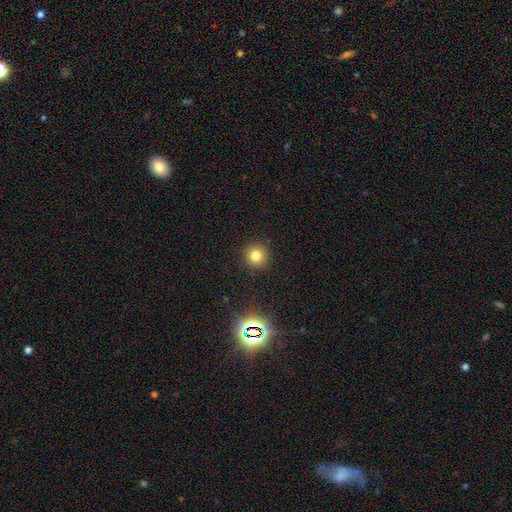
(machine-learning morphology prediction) type=smooth (77%); roundness=round (94%); merging=none (91%).